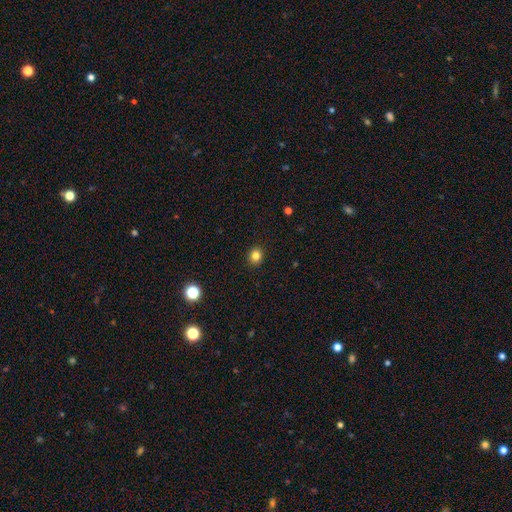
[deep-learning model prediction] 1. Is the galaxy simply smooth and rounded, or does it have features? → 82% smooth, 13% star or artifact, 5% featured or disk.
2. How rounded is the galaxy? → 80% round, 19% in between, 1% cigar-shaped.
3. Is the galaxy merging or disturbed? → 92% none, 5% minor disturbance, 2% major disturbance, 1% merger.